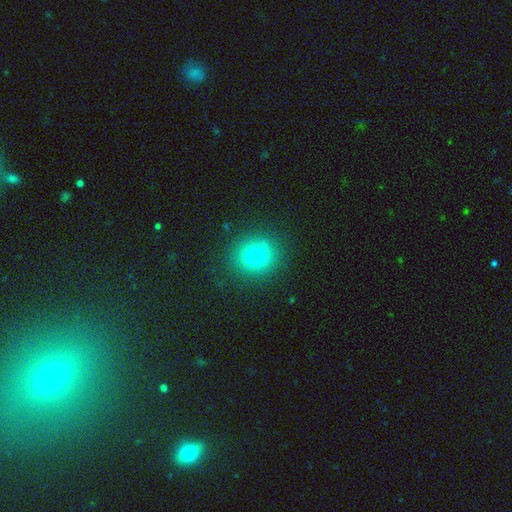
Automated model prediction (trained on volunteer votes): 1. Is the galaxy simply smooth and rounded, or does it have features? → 76% smooth, 14% star or artifact, 10% featured or disk.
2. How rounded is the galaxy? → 83% round, 16% in between, 1% cigar-shaped.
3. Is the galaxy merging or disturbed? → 86% none, 9% minor disturbance, 4% major disturbance, 2% merger.